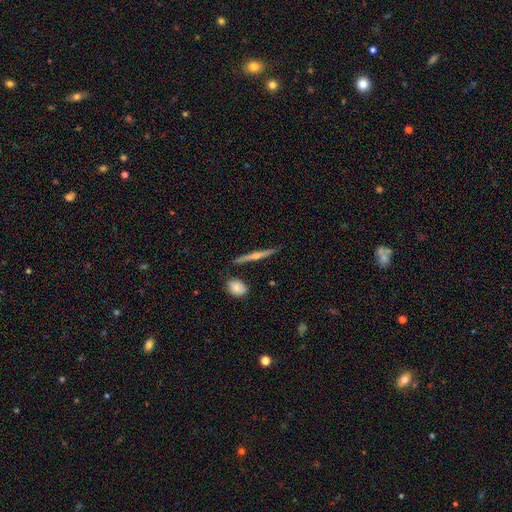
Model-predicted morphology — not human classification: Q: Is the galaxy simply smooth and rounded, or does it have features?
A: featured or disk — 66%.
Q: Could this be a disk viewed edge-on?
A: yes — 97%.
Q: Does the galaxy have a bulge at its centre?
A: rounded — 73%.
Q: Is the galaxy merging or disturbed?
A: none — 86%.